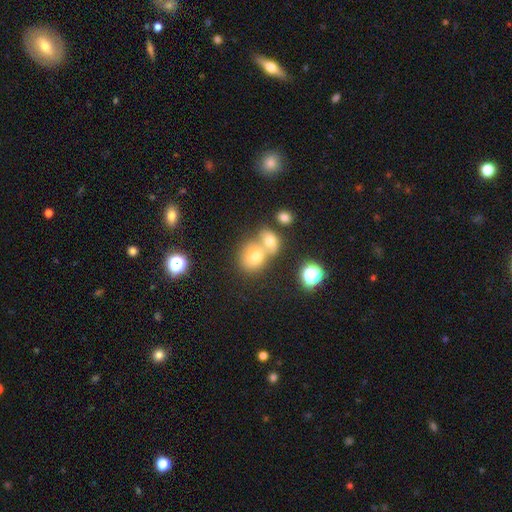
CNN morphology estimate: smooth 67%, featured or disk 17%, star or artifact 16%. Down the decision tree: how rounded — round (62%); merging — merger (56%).